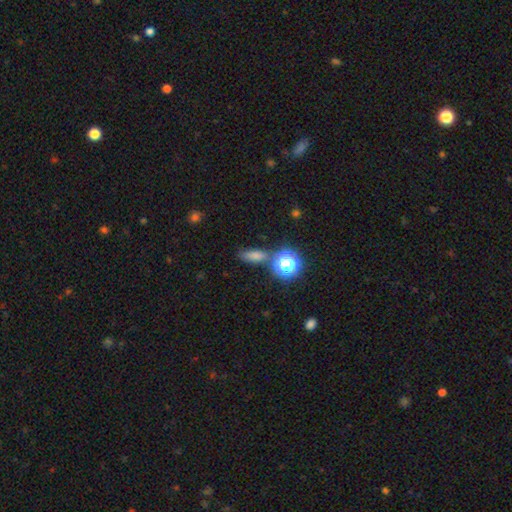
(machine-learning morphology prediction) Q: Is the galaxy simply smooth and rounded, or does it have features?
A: smooth — 67%.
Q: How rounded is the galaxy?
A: in between — 51%.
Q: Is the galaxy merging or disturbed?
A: none — 71%.